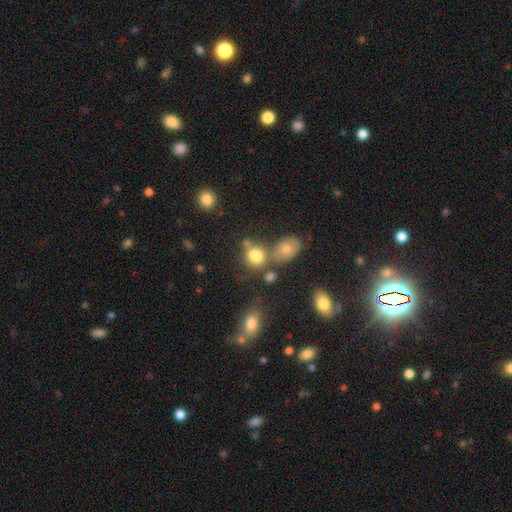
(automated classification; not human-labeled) This appears to be a smooth galaxy with no disk features (78%) that is round (58%). Merging: none (46%).